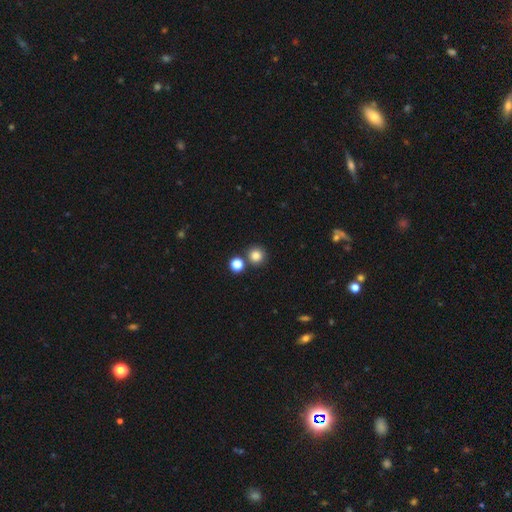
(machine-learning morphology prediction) smooth-or-featured: smooth: 83% | star or artifact: 12% | featured or disk: 5%
  how-rounded: round: 94% | in between: 5% | cigar-shaped: 1%
  merging: none: 80% | merger: 11% | minor disturbance: 7% | major disturbance: 2%